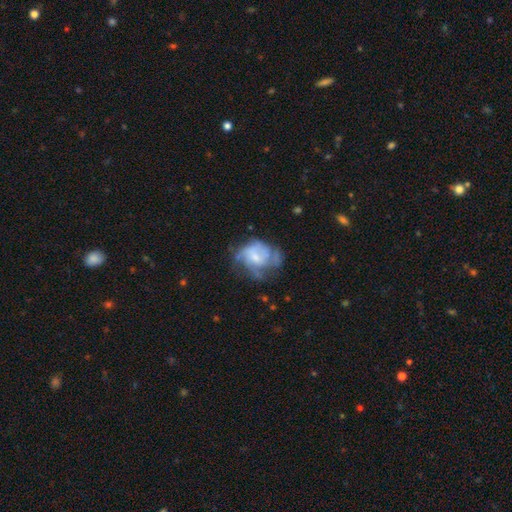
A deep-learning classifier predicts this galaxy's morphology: type=featured or disk (64%); edge-on=no (98%); bar=no (71%); spiral arms=yes (66%); bulge=small (45%); merging=none (41%).